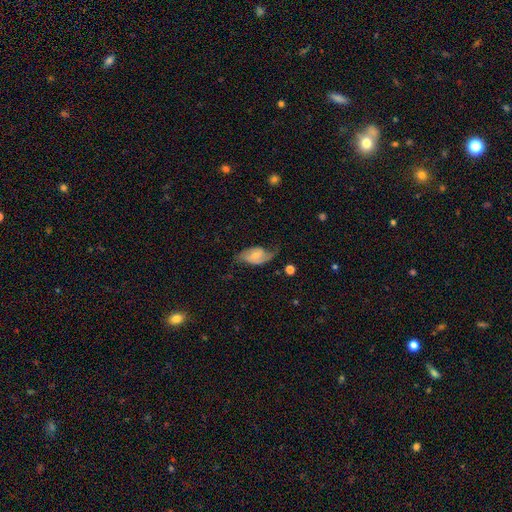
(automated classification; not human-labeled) Q: Smooth or featured?
A: featured or disk (71%); runner-up: smooth (22%)
Q: Edge-on disk?
A: no (95%); runner-up: yes (5%)
Q: Bar?
A: weak (44%); runner-up: no (42%)
Q: Spiral arms?
A: yes (91%); runner-up: no (9%)
Q: Spiral winding?
A: loose (42%); runner-up: medium (39%)
Q: Spiral arm count?
A: 2 (80%); runner-up: 1 (10%)
Q: Bulge size?
A: small (46%); runner-up: moderate (45%)
Q: Merging?
A: none (57%); runner-up: minor disturbance (25%)